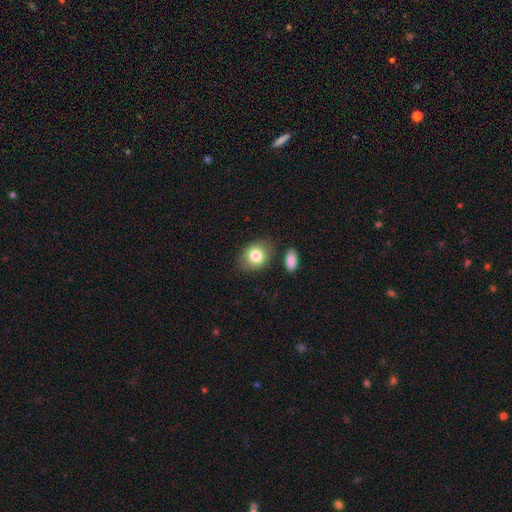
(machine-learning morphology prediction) smooth-or-featured: smooth: 82% | featured or disk: 10% | star or artifact: 8%
  how-rounded: in between: 55% | round: 44% | cigar-shaped: 1%
  merging: none: 74% | minor disturbance: 16% | merger: 6% | major disturbance: 4%